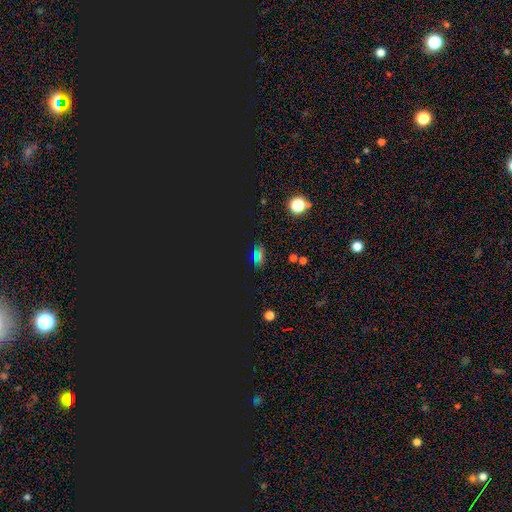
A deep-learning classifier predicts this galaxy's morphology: Smooth or featured? Predicted: star or artifact (p=0.64).